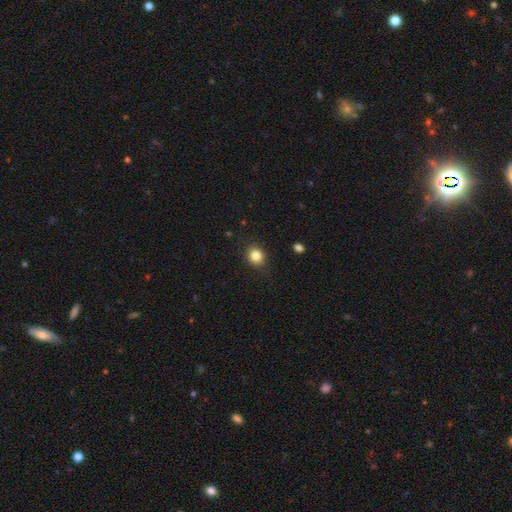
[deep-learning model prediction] smooth 84%, star or artifact 11%, featured or disk 5%. Down the decision tree: how rounded — round (72%); merging — none (87%).